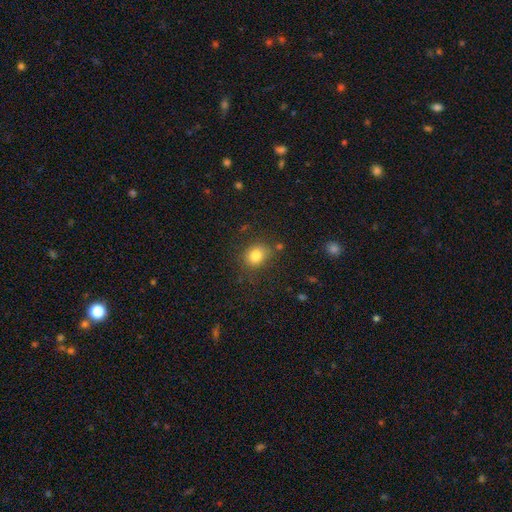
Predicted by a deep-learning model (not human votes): Q: Smooth or featured?
A: smooth (81%); runner-up: star or artifact (12%)
Q: How rounded?
A: round (60%); runner-up: in between (39%)
Q: Merging?
A: none (78%); runner-up: minor disturbance (14%)